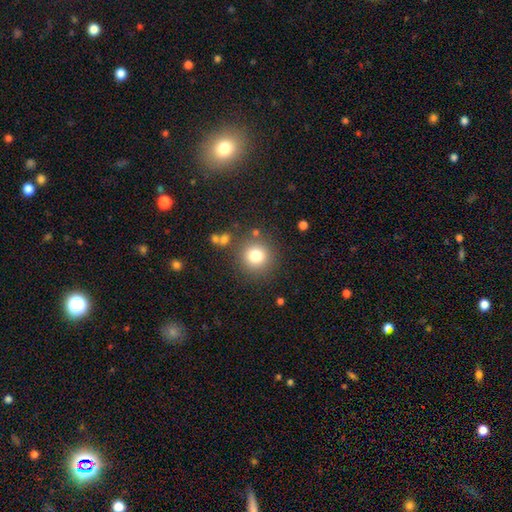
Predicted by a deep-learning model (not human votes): Smooth or featured: smooth — 79% (star or artifact — 12%)
How rounded: round — 93% (in between — 6%)
Merging: none — 84% (minor disturbance — 8%)